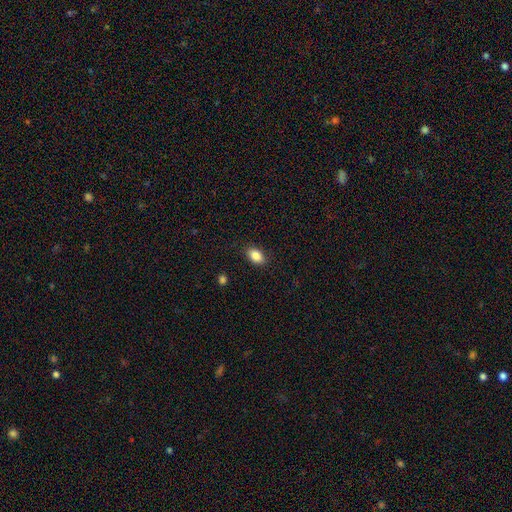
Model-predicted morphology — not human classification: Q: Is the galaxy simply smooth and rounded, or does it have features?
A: smooth — 87%.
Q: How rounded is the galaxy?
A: in between — 88%.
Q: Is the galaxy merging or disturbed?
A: none — 87%.